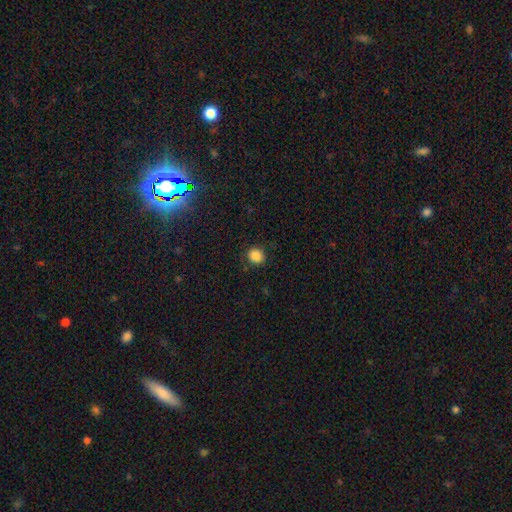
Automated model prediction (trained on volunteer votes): The model was most divided on "how rounded": round: 82%, in between: 17%, cigar-shaped: 1%. More confident: smooth or featured — smooth (86%); merging — none (85%).